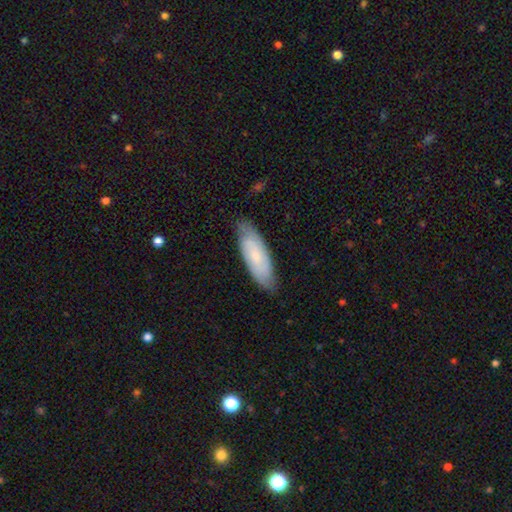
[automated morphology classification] Q: Smooth or featured?
A: smooth (49%); runner-up: featured or disk (45%)
Q: Merging?
A: none (80%); runner-up: minor disturbance (16%)